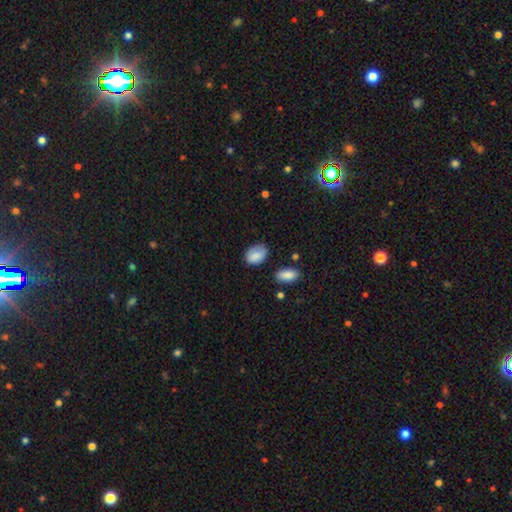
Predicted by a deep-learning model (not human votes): A smooth galaxy with no disk features (85%) that is in between round and cigar-shaped (79%).

Vote fractions:
- Smooth or featured? smooth: 85% / featured or disk: 8% / star or artifact: 7%
- How rounded? in between: 79% / round: 19% / cigar-shaped: 1%
- Merging? none: 67% / minor disturbance: 25% / major disturbance: 5% / merger: 3%